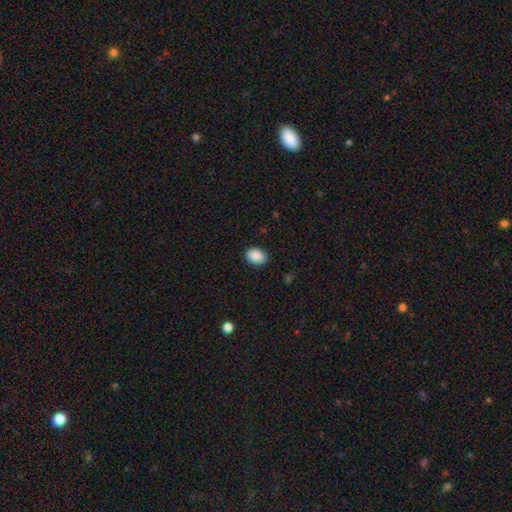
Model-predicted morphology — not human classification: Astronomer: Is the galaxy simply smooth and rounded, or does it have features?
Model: smooth — 90%.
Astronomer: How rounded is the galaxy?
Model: in between — 68%.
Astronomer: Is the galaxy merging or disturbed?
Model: none — 89%.